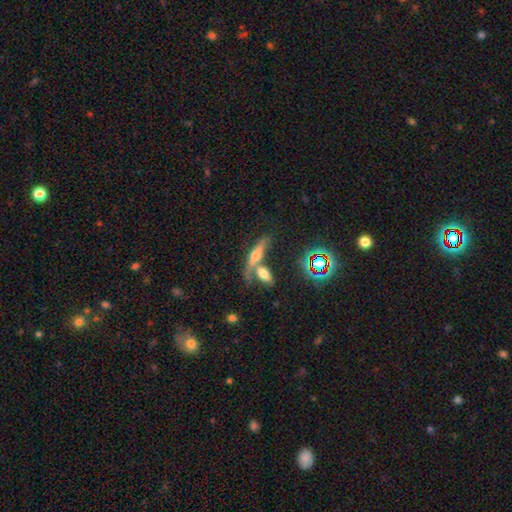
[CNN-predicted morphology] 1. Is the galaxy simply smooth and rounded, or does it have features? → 46% featured or disk, 38% smooth, 16% star or artifact.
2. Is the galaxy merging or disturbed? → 43% none, 42% merger, 10% minor disturbance, 5% major disturbance.